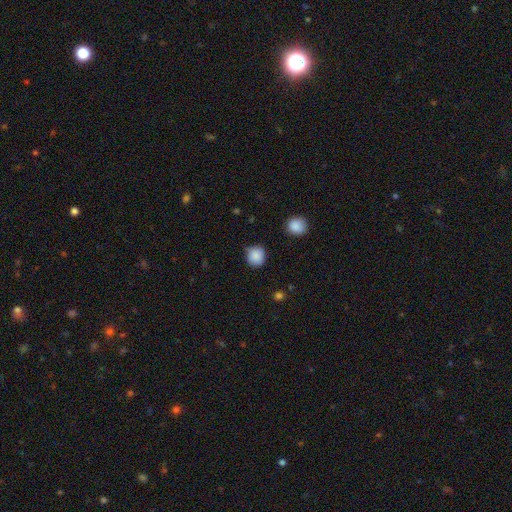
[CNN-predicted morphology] Smooth or featured: smooth — 87% (star or artifact — 9%)
How rounded: round — 90% (in between — 9%)
Merging: none — 75% (minor disturbance — 19%)